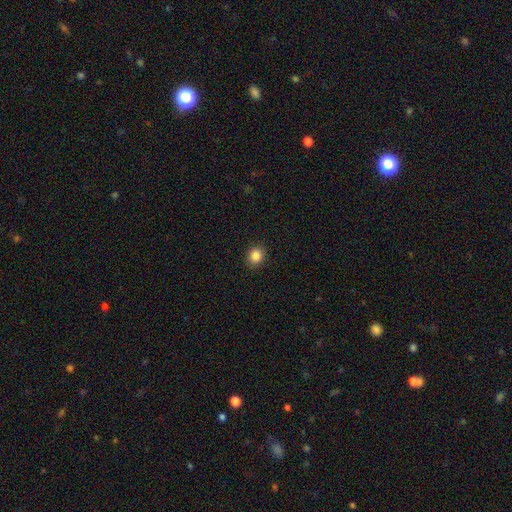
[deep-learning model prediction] Smooth or featured?
  - smooth: 85% *
  - star or artifact: 10%
  - featured or disk: 4%
How rounded?
  - round: 70% *
  - in between: 29%
  - cigar-shaped: 1%
Merging?
  - none: 91% *
  - minor disturbance: 7%
  - major disturbance: 2%
  - merger: 1%